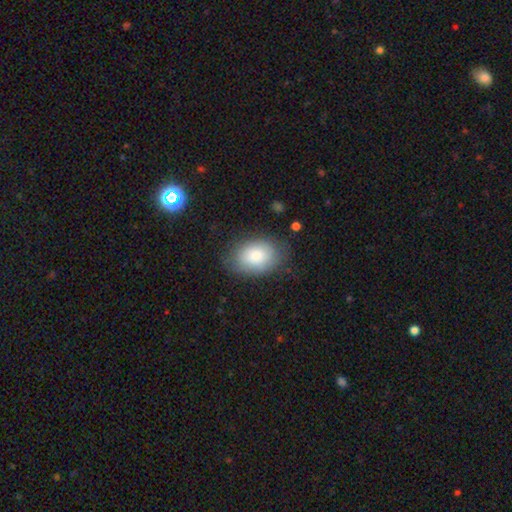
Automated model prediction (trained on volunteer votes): smooth-or-featured: smooth: 82% | featured or disk: 11% | star or artifact: 7%
  how-rounded: in between: 82% | round: 17% | cigar-shaped: 1%
  merging: none: 78% | minor disturbance: 16% | major disturbance: 4% | merger: 1%